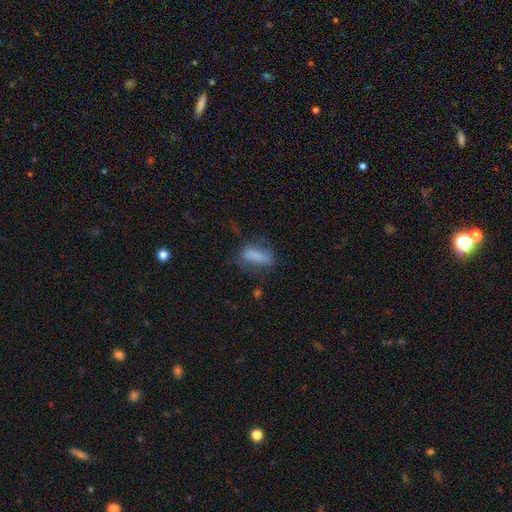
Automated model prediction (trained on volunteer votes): This appears to be a smooth galaxy with no disk features (72%) that is in between round and cigar-shaped (66%). Merging: none (54%).